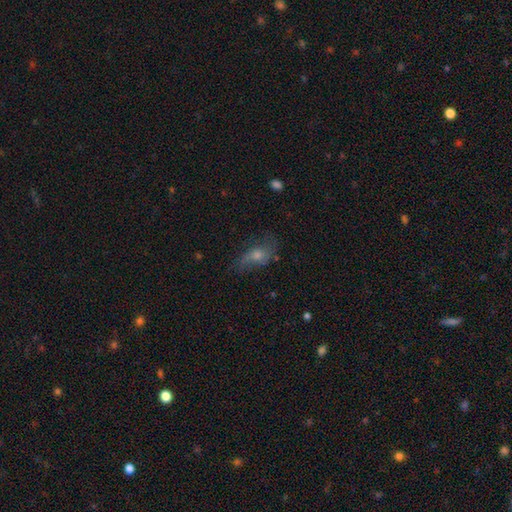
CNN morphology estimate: Overall: smooth (42%, tied with featured or disk). Merging: none (55%; minor disturbance 26%).